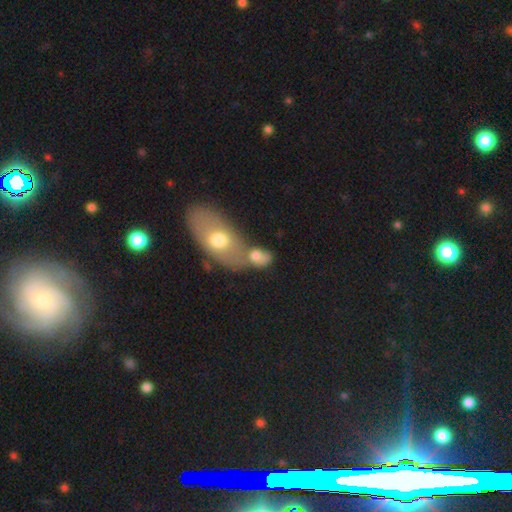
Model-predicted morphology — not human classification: Q: Smooth or featured?
A: smooth (68%); runner-up: featured or disk (23%)
Q: How rounded?
A: in between (74%); runner-up: round (21%)
Q: Merging?
A: merger (53%); runner-up: none (28%)